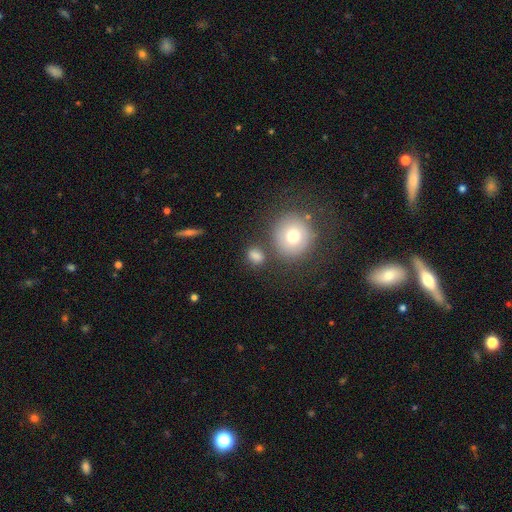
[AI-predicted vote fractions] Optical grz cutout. It shows a smooth galaxy with no disk features (79%) that is in between round and cigar-shaped (51%). Merging: none (68%).